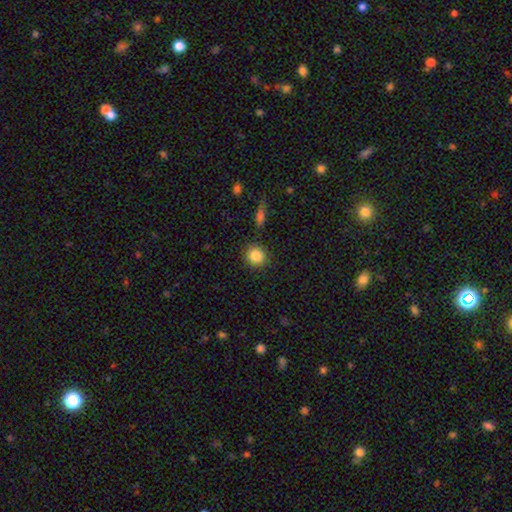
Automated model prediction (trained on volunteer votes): Smooth or featured: smooth — 85% (star or artifact — 9%)
How rounded: round — 89% (in between — 10%)
Merging: none — 89% (minor disturbance — 7%)